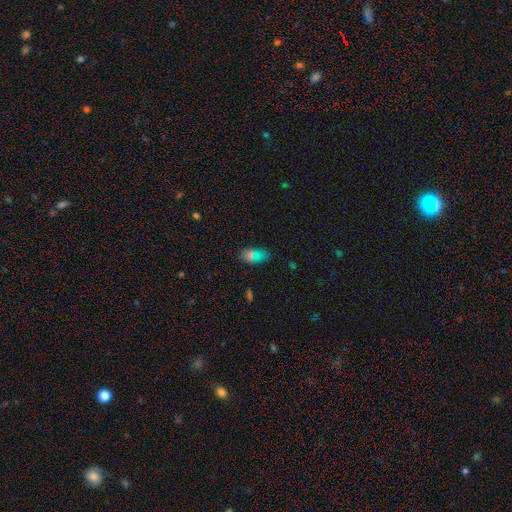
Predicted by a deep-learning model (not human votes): This is likely a smooth galaxy (67%). How rounded: clearly in between (90%). Merging: likely none (78%).